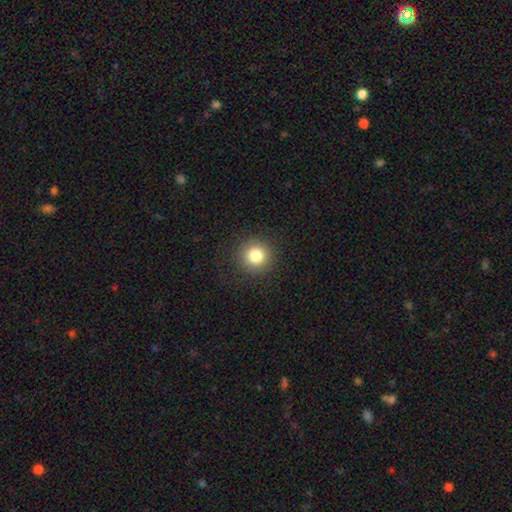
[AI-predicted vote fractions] Smooth or featured? smooth (82%)
How rounded? round (95%)
Merging? none (90%)